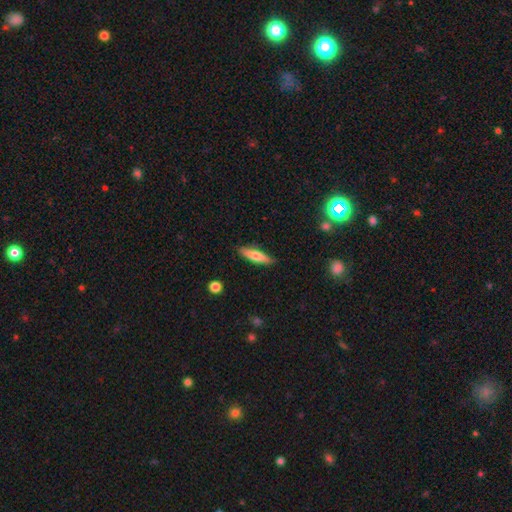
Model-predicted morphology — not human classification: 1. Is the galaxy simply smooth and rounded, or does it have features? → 66% smooth, 28% featured or disk, 6% star or artifact.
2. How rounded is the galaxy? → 72% cigar-shaped, 26% in between, 2% round.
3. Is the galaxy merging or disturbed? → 87% none, 10% minor disturbance, 2% major disturbance, 1% merger.